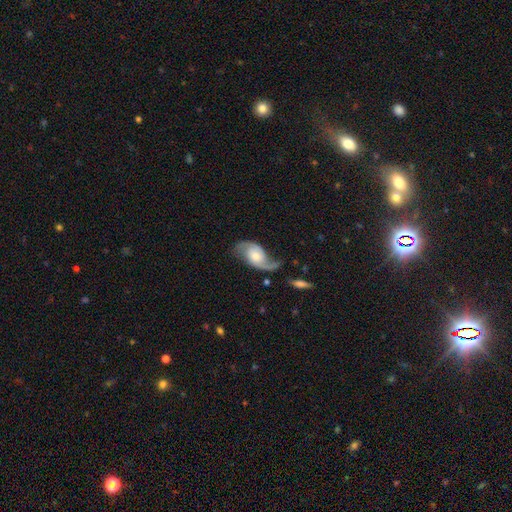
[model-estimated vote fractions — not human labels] This is clearly a featured or disk galaxy (81%). It is clearly not viewed edge-on (96%). Bar: likely no (60%). Spiral arm pattern: clearly yes (95%). Spiral arm count: clearly 2 (85%). Spiral winding: possibly loose (50%). Central bulge: possibly moderate (48%). Merging: possibly none (56%).